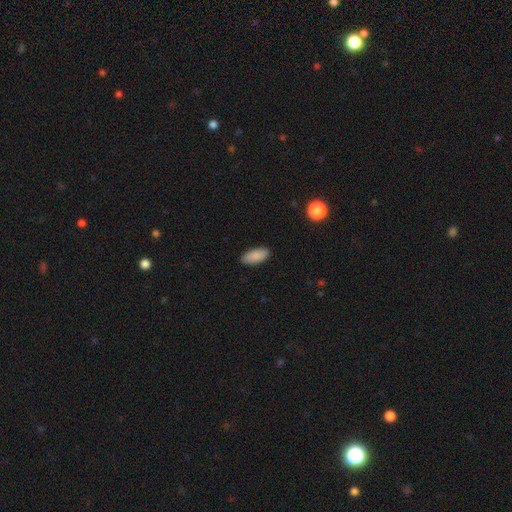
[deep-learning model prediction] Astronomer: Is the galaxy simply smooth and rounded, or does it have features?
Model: smooth — 88%.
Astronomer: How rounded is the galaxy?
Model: in between — 89%.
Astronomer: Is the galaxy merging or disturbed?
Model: none — 88%.